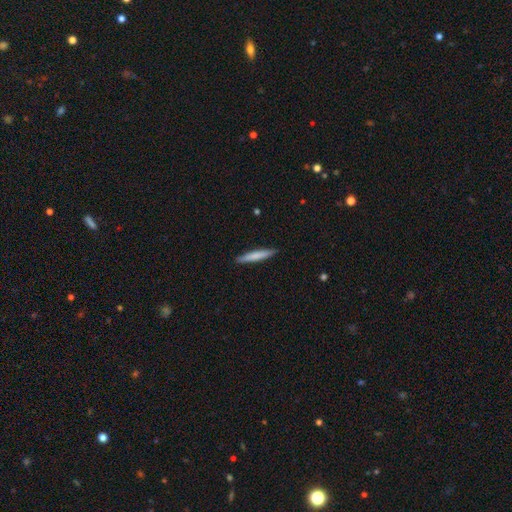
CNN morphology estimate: Smooth or featured? Predicted: smooth (p=0.73). How rounded? Predicted: cigar-shaped (p=0.94). Merging? Predicted: none (p=0.91).